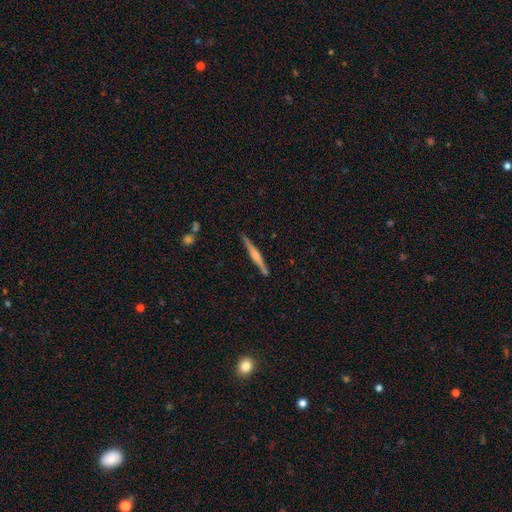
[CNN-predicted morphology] Smooth or featured? featured or disk (66%)
Edge-on disk? yes (98%)
Edge-on bulge? rounded (61%)
Merging? none (89%)